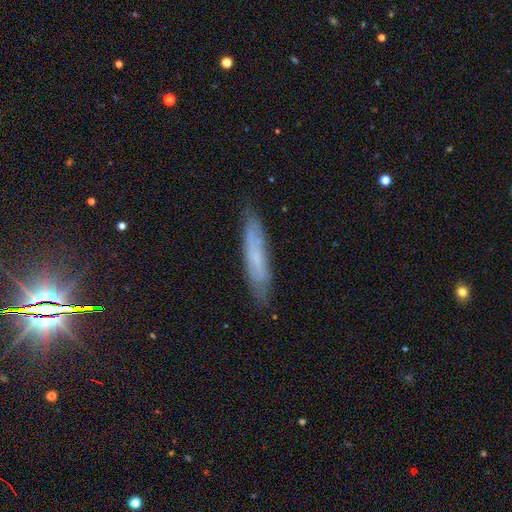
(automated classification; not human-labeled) A smooth galaxy with no disk features (51%) that is cigar-shaped (85%). Merging: none (80%).